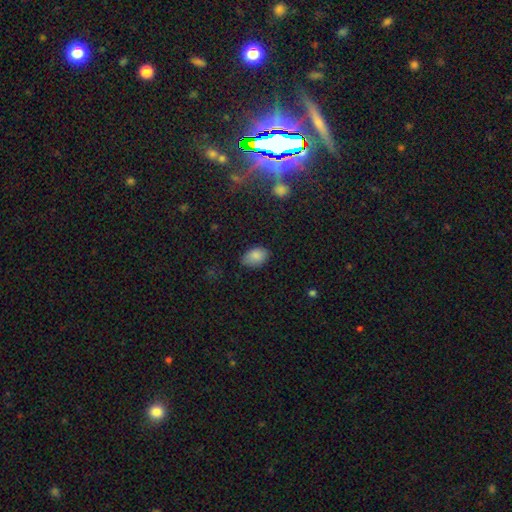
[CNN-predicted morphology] Q: Smooth or featured?
A: smooth (85%); runner-up: star or artifact (9%)
Q: How rounded?
A: in between (84%); runner-up: round (14%)
Q: Merging?
A: none (73%); runner-up: minor disturbance (22%)